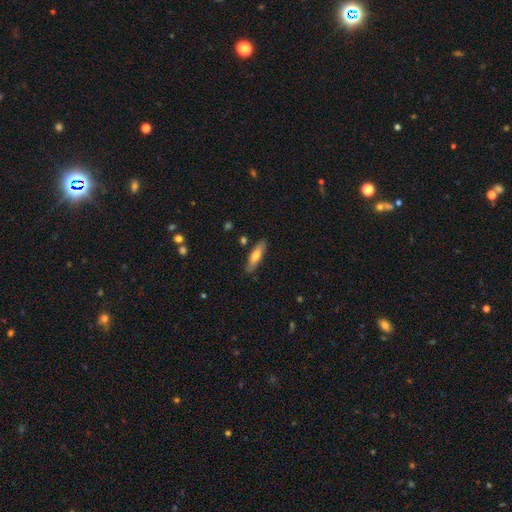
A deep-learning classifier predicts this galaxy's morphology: Smooth or featured? Predicted: smooth (p=0.63). How rounded? Predicted: cigar-shaped (p=0.60). Merging? Predicted: none (p=0.83).